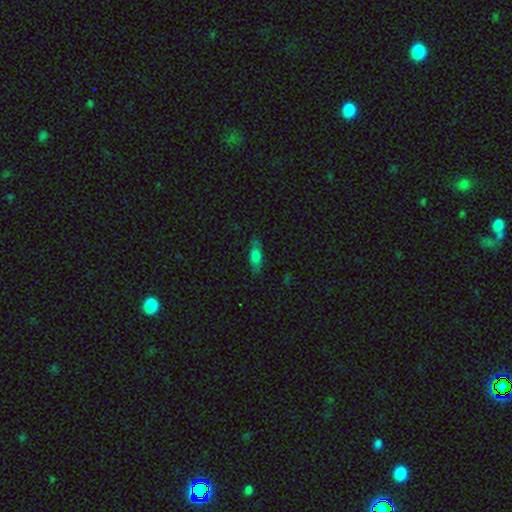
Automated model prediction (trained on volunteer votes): Overall: smooth (70%). How rounded: in between (64%; cigar-shaped 32%). Merging: none (75%).